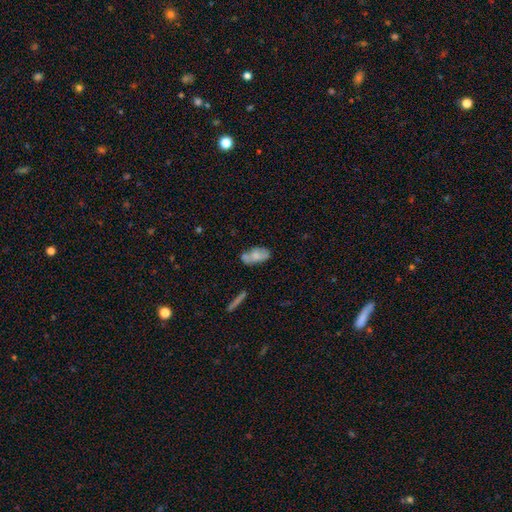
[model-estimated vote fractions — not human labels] smooth 67%, featured or disk 26%, star or artifact 7%. Down the decision tree: how rounded — in between (90%); merging — none (53%).